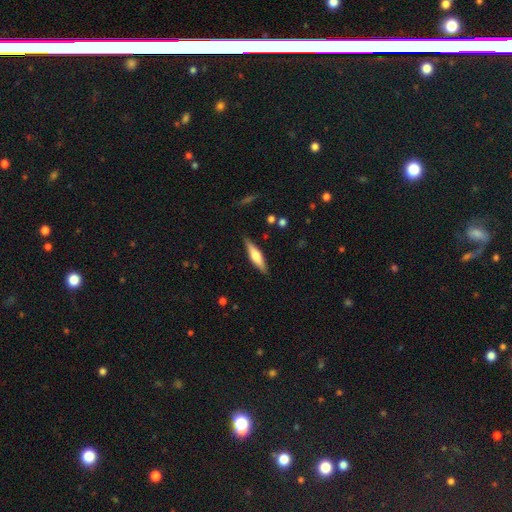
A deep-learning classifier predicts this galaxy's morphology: The model was most divided on "smooth or featured": smooth: 48%, featured or disk: 46%, star or artifact: 6%. More confident: merging — none (87%).